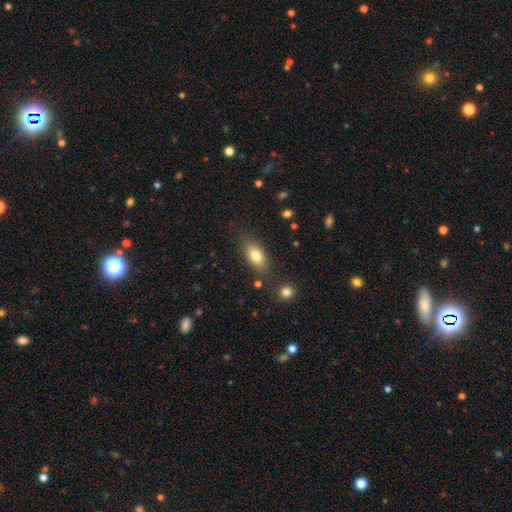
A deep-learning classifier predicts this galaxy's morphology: Overall: smooth (79%). How rounded: in between (86%). Merging: none (78%).